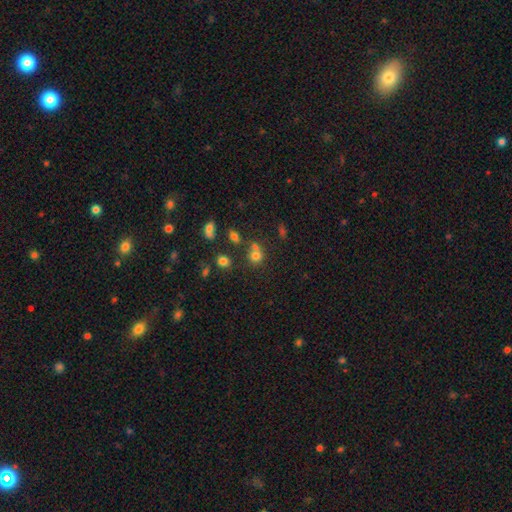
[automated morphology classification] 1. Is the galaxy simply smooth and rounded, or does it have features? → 71% smooth, 18% star or artifact, 12% featured or disk.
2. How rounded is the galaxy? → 79% round, 20% in between, 1% cigar-shaped.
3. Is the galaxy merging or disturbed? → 49% none, 36% merger, 10% minor disturbance, 5% major disturbance.